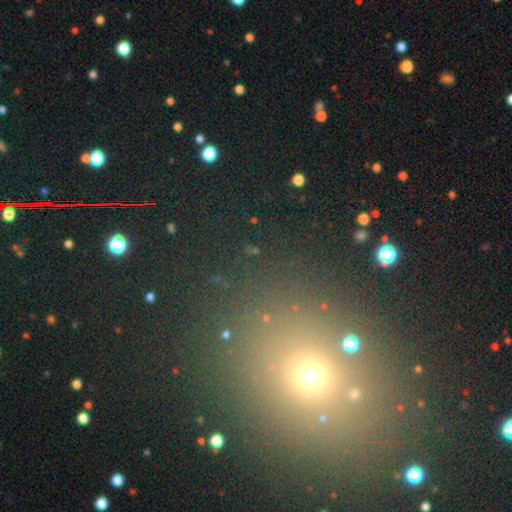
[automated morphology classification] Overall: star or artifact (51%; smooth 41%).